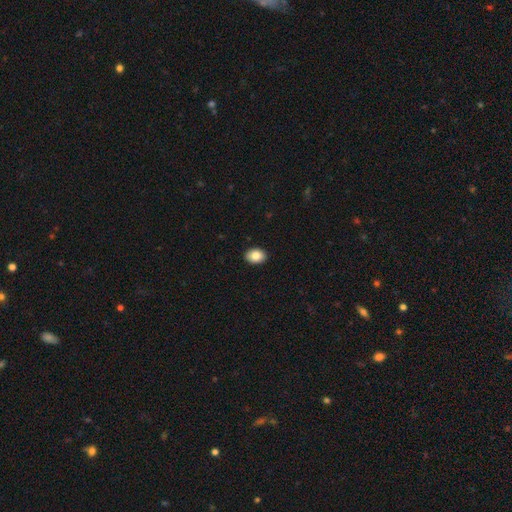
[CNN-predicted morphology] Overall: smooth (85%). How rounded: in between (78%). Merging: none (91%).